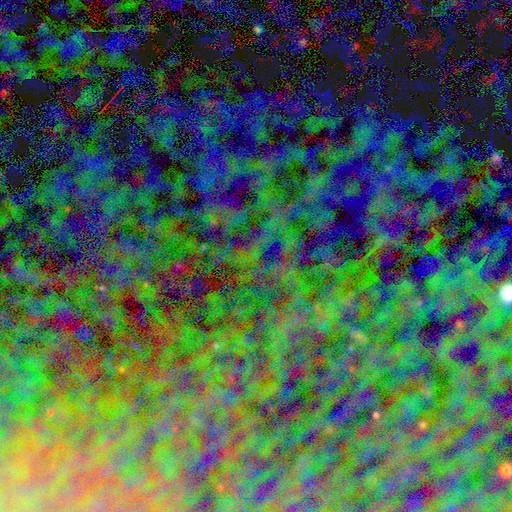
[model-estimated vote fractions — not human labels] Smooth or featured? Predicted: star or artifact (p=0.83).